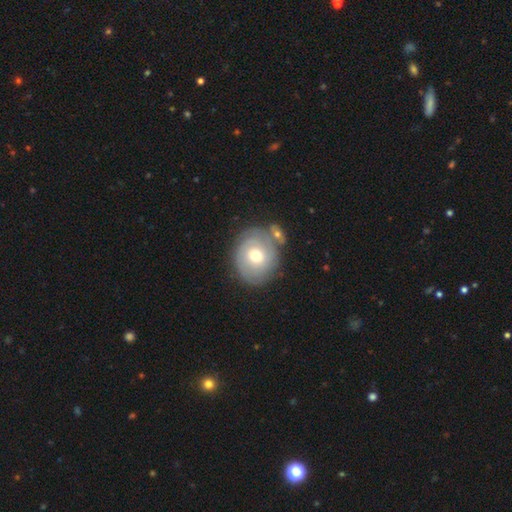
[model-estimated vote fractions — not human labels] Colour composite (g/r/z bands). It shows a featured or disk galaxy (48%). Merging: none (66%).